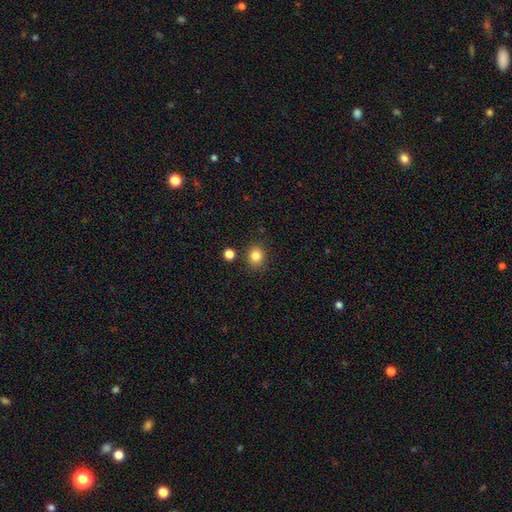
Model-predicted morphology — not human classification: Smooth or featured? Predicted: smooth (p=0.83). How rounded? Predicted: round (p=0.79). Merging? Predicted: none (p=0.85).